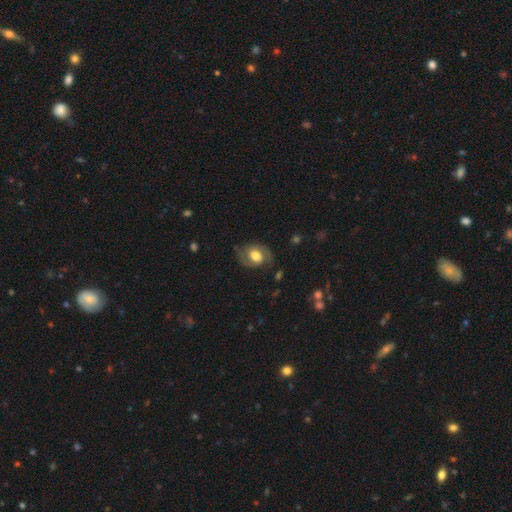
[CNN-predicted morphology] smooth_or_featured: featured or disk (p=0.60) [alt: smooth p=0.33]
disk_edge_on: no (p=0.97) [alt: yes p=0.03]
bar: no (p=0.56) [alt: weak p=0.34]
has_spiral_arms: yes (p=0.81) [alt: no p=0.19]
bulge_size: moderate (p=0.53) [alt: large p=0.36]
merging: none (p=0.73) [alt: minor disturbance p=0.17]